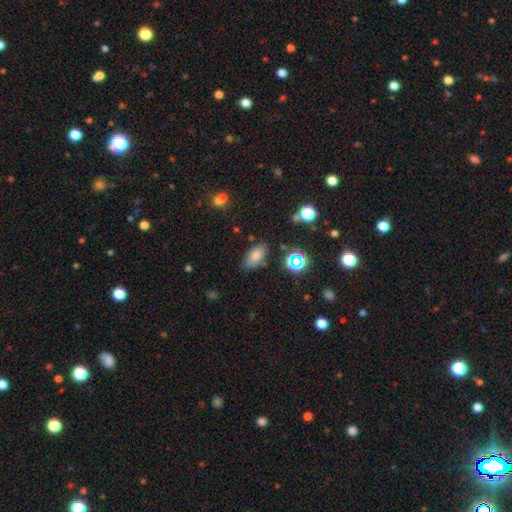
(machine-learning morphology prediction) Smooth or featured: smooth — 77% (star or artifact — 14%)
How rounded: in between — 89% (round — 6%)
Merging: none — 77% (minor disturbance — 15%)